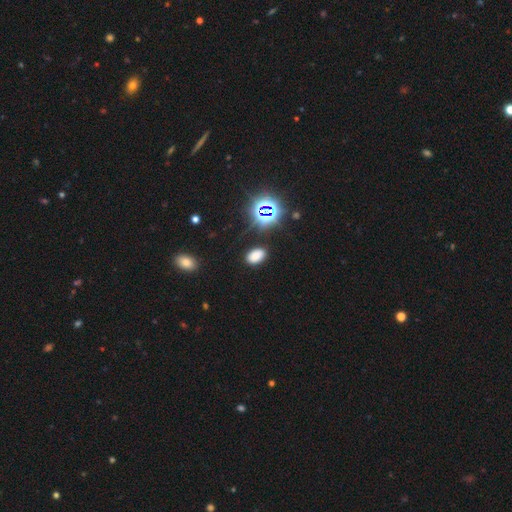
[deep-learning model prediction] Smooth or featured: smooth — 71% (star or artifact — 23%)
How rounded: in between — 89% (round — 10%)
Merging: none — 83% (minor disturbance — 11%)